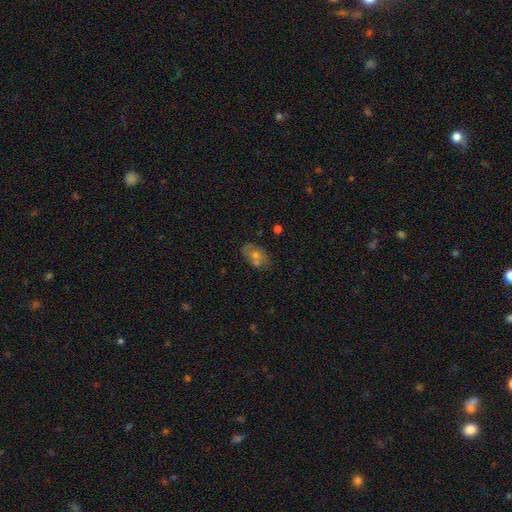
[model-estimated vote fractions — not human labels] smooth_or_featured: smooth (p=0.51) [alt: featured or disk p=0.33]
how_rounded: in between (p=0.77) [alt: round p=0.20]
merging: none (p=0.62) [alt: minor disturbance p=0.17]